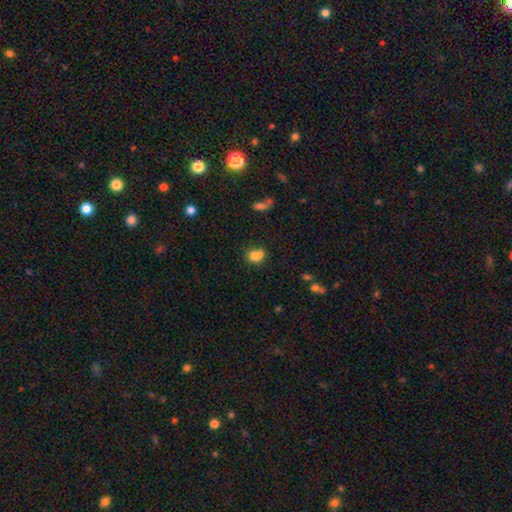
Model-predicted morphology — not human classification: smooth-or-featured: smooth: 77% | star or artifact: 12% | featured or disk: 12%
  how-rounded: round: 54% | in between: 45% | cigar-shaped: 1%
  merging: merger: 42% | none: 34% | minor disturbance: 16% | major disturbance: 8%